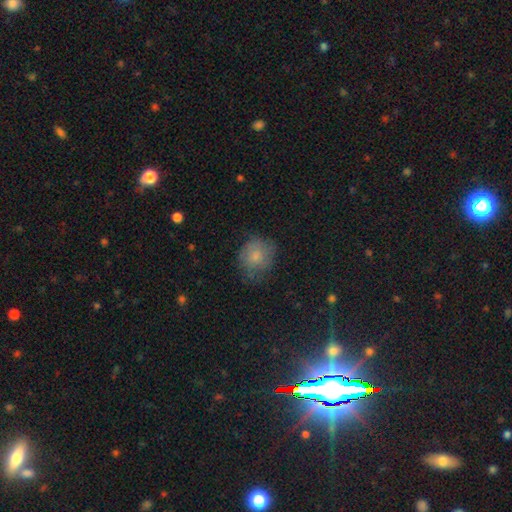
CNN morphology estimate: Smooth or featured? smooth (74%)
How rounded? round (78%)
Merging? none (65%)